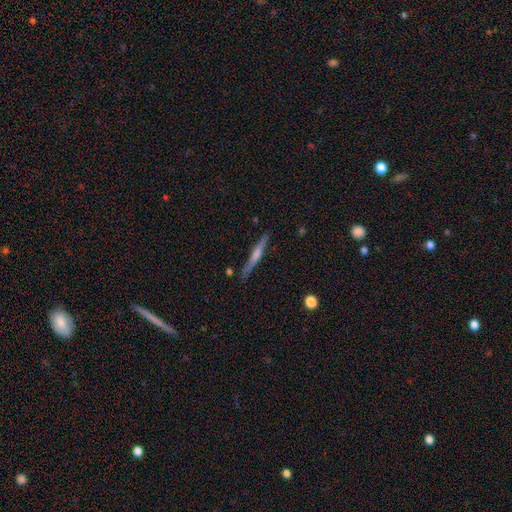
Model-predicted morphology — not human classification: featured or disk 58%, smooth 36%, star or artifact 6%. Down the decision tree: edge-on disk — yes (97%); edge-on bulge — rounded (51%); merging — none (85%).